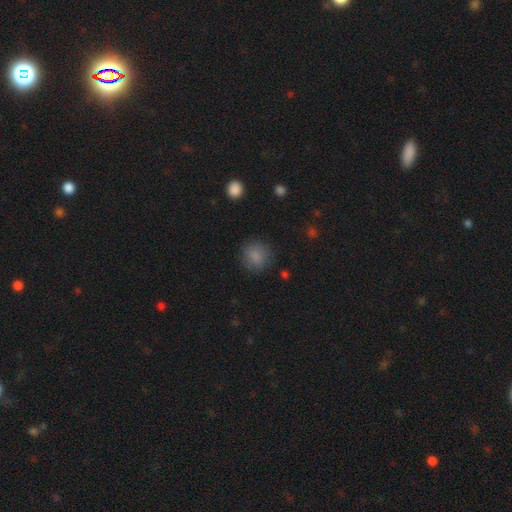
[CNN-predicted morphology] A smooth galaxy with no disk features (84%) that is round (88%).

Vote fractions:
- Smooth or featured? smooth: 84% / star or artifact: 10% / featured or disk: 6%
- How rounded? round: 88% / in between: 11% / cigar-shaped: 1%
- Merging? none: 83% / minor disturbance: 11% / major disturbance: 4% / merger: 1%